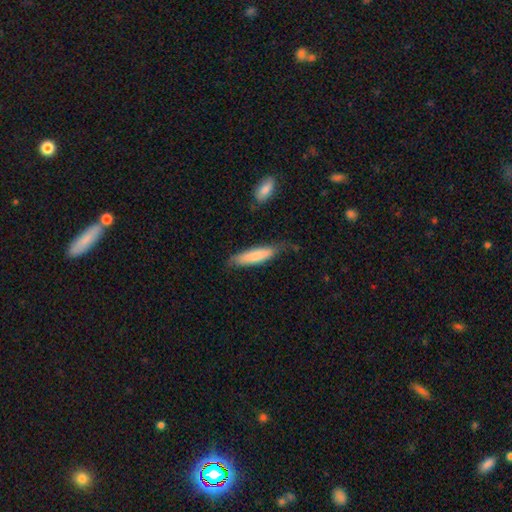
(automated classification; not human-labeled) Smooth or featured: smooth — 76% (featured or disk — 19%)
How rounded: cigar-shaped — 71% (in between — 27%)
Merging: none — 69% (minor disturbance — 23%)